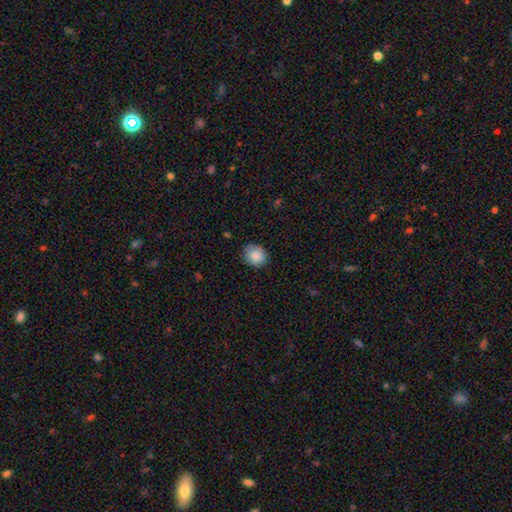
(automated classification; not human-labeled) This appears to be a smooth galaxy with no disk features (86%) that is round (79%). Merging: none (81%).